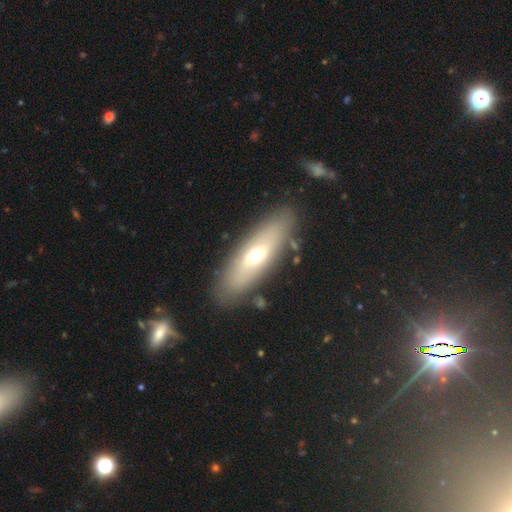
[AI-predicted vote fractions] The model was most divided on "smooth or featured": smooth: 49%, featured or disk: 45%, star or artifact: 6%. More confident: merging — none (84%).